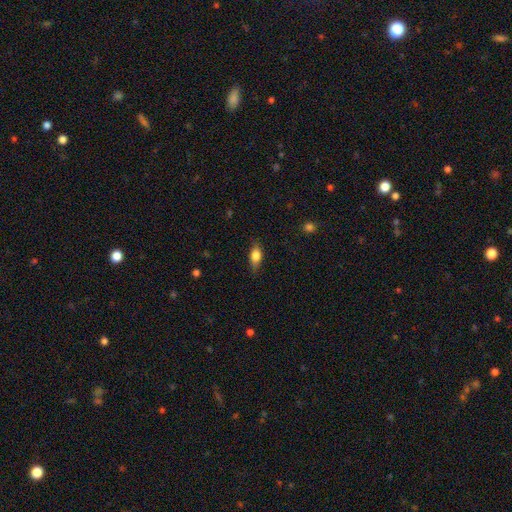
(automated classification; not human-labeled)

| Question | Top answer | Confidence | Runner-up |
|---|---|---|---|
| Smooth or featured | smooth | 75% | featured or disk (17%) |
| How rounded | in between | 79% | cigar-shaped (15%) |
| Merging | none | 78% | minor disturbance (17%) |